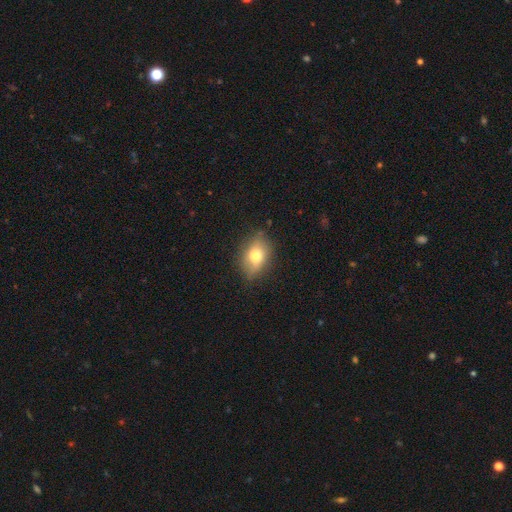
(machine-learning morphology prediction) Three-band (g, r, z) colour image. It shows a smooth galaxy with no disk features (71%) that is in between round and cigar-shaped (80%). Merging: none (79%).